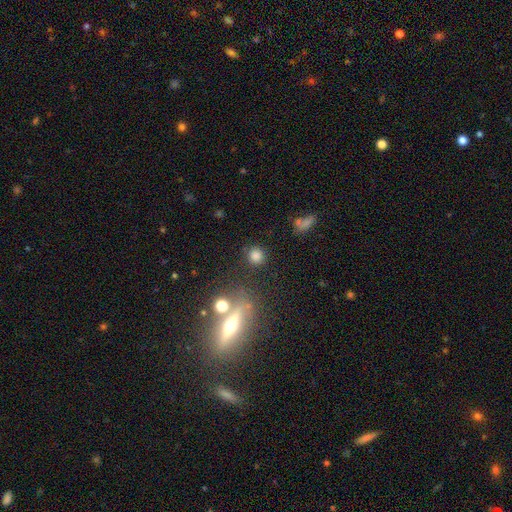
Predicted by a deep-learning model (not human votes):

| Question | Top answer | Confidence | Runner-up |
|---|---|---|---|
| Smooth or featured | smooth | 78% | star or artifact (16%) |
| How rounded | round | 89% | in between (9%) |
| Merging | none | 83% | minor disturbance (8%) |